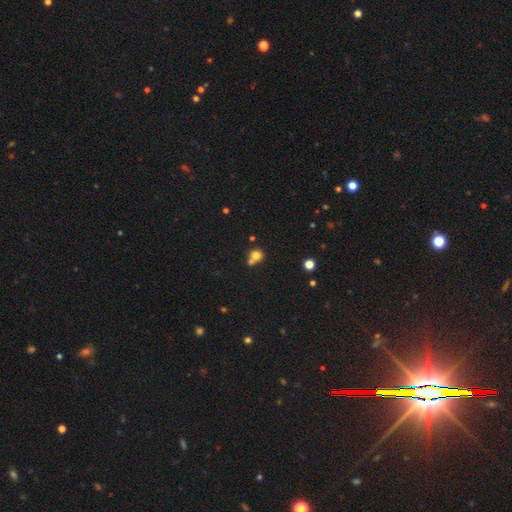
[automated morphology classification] type=smooth (76%); roundness=round (85%); merging=none (47%).